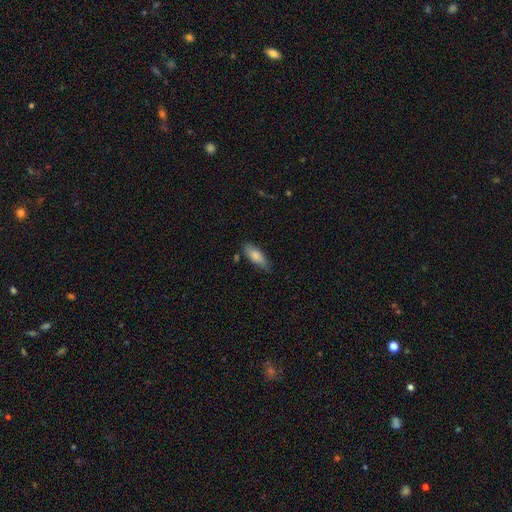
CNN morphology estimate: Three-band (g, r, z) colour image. It shows a smooth galaxy with no disk features (80%) that is in between round and cigar-shaped (71%). Merging: none (73%).